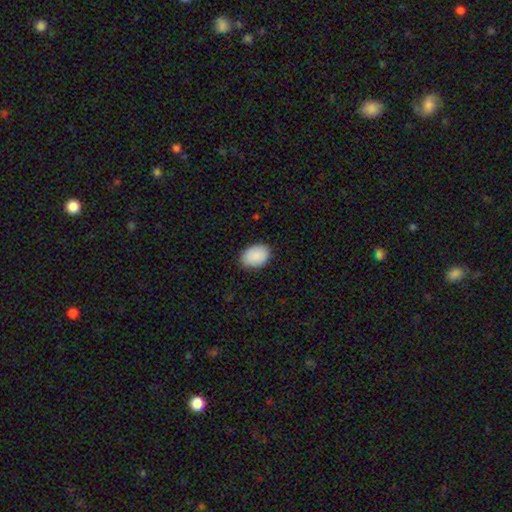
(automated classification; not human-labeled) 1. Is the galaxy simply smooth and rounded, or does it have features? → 91% smooth, 6% star or artifact, 3% featured or disk.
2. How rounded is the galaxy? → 84% in between, 15% round, 1% cigar-shaped.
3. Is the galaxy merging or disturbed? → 87% none, 10% minor disturbance, 2% major disturbance, 1% merger.